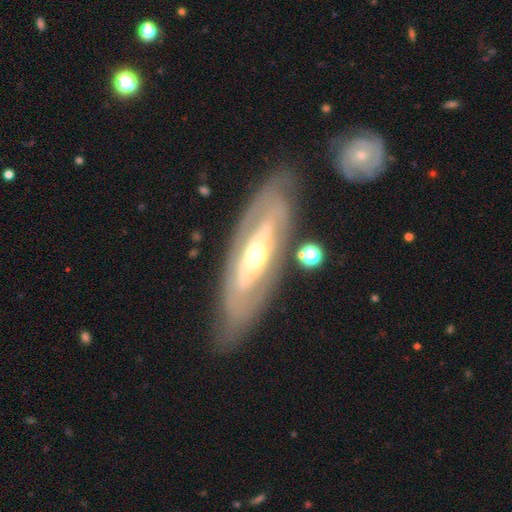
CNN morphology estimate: type=featured or disk (77%); edge-on=no (79%); bar=no (64%); spiral arms=no (56%); bulge=moderate (69%); merging=none (78%).